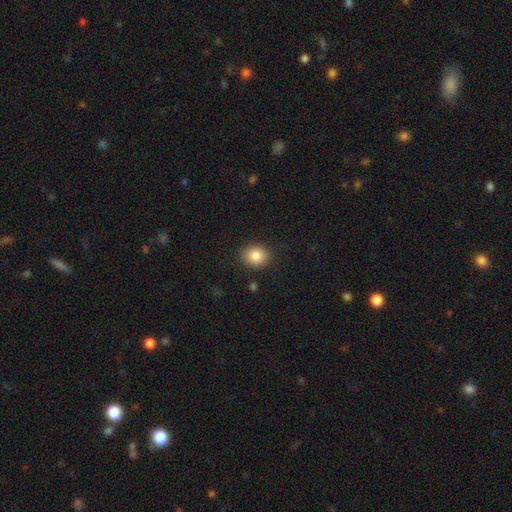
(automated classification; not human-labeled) A smooth galaxy with no disk features (85%) that is round (64%).

Vote fractions:
- Smooth or featured? smooth: 85% / star or artifact: 9% / featured or disk: 6%
- How rounded? round: 64% / in between: 35% / cigar-shaped: 1%
- Merging? none: 88% / minor disturbance: 8% / major disturbance: 2% / merger: 1%